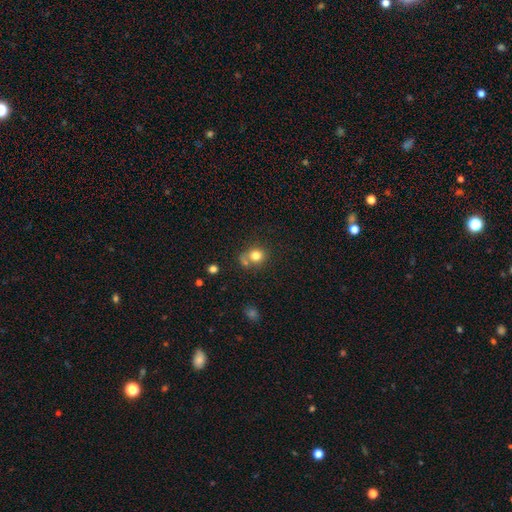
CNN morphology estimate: A smooth galaxy with no disk features (79%) that is round (76%). Merging: none (51%).